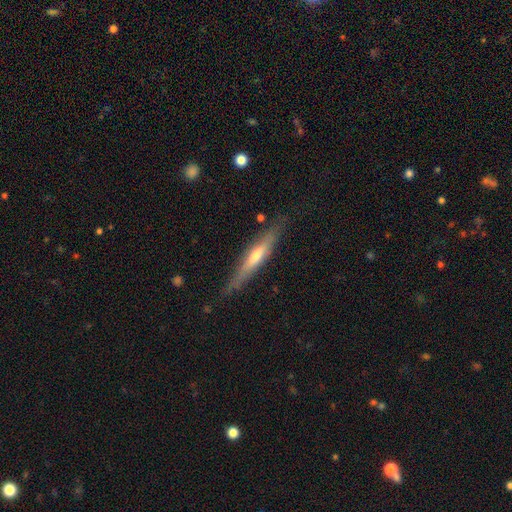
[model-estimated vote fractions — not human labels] This appears to be a featured or disk galaxy (63%) viewed edge-on (93%) with a rounded central bulge (73%). Merging: none (83%).